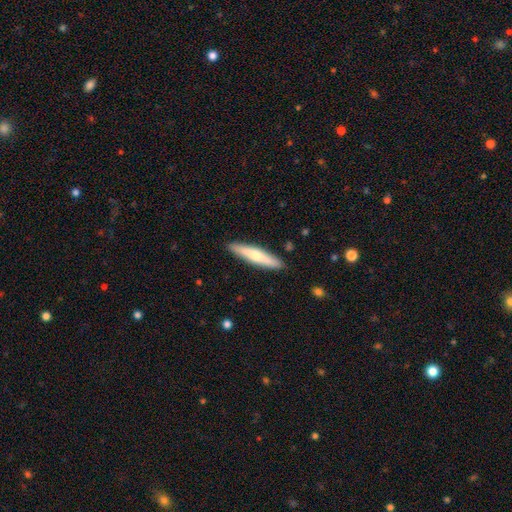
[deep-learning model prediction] smooth 51%, featured or disk 44%, star or artifact 5%. Down the decision tree: how rounded — cigar-shaped (89%); merging — none (90%).